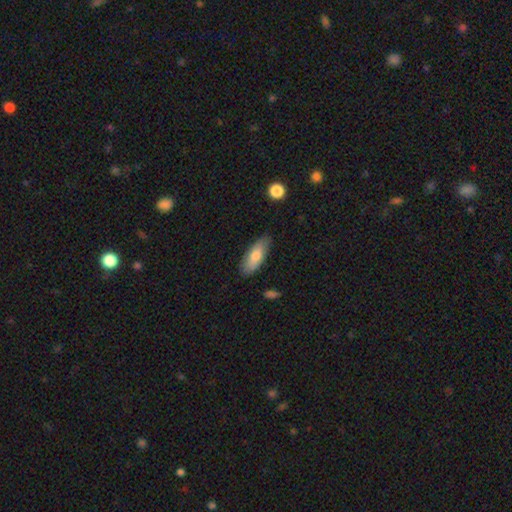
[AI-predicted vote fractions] smooth_or_featured: smooth (p=0.72) [alt: featured or disk p=0.21]
how_rounded: in between (p=0.74) [alt: cigar-shaped p=0.24]
merging: none (p=0.79) [alt: minor disturbance p=0.16]